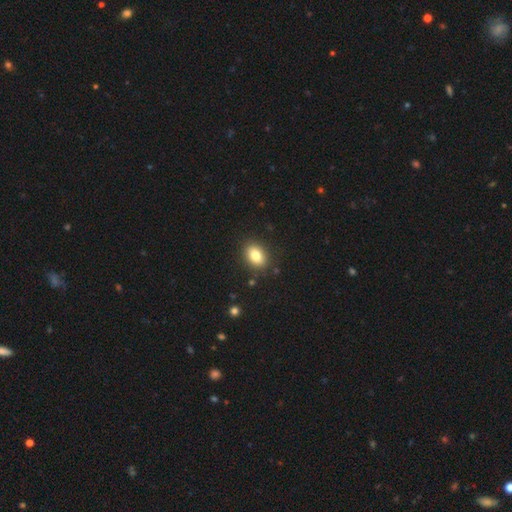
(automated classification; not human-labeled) A smooth galaxy with no disk features (81%) that is in between round and cigar-shaped (75%).

Vote fractions:
- Smooth or featured? smooth: 81% / featured or disk: 10% / star or artifact: 9%
- How rounded? in between: 75% / round: 24% / cigar-shaped: 1%
- Merging? none: 86% / minor disturbance: 9% / major disturbance: 3% / merger: 2%